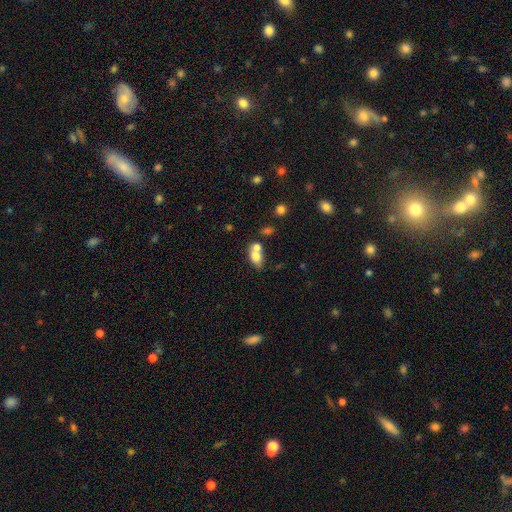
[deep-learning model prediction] Morphology: type=smooth (73%); roundness=in between (78%); merging=merger (52%).